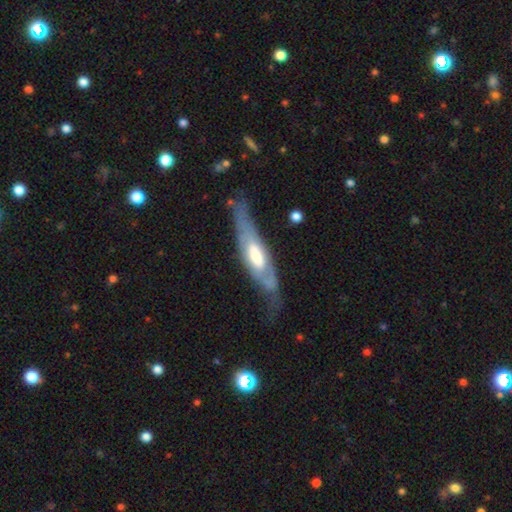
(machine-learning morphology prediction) Smooth or featured? featured or disk (66%)
Edge-on disk? yes (58%)
Merging? none (55%)